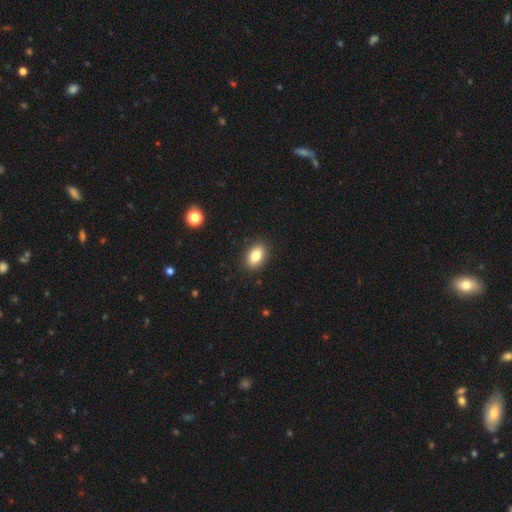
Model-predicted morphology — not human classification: type=smooth (82%); roundness=in between (86%); merging=none (90%).